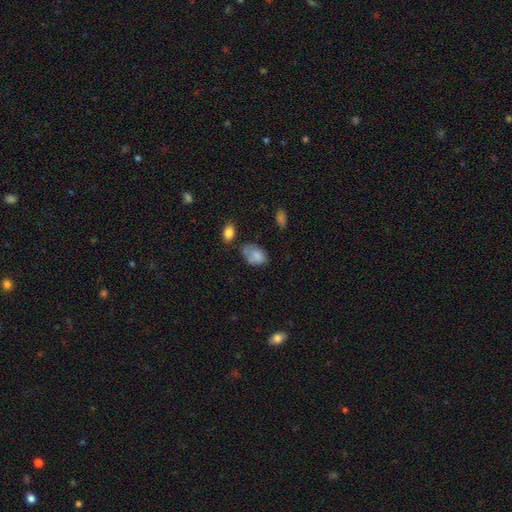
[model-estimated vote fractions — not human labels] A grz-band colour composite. It shows a smooth galaxy with no disk features (76%) that is in between round and cigar-shaped (85%). Merging: none (44%).